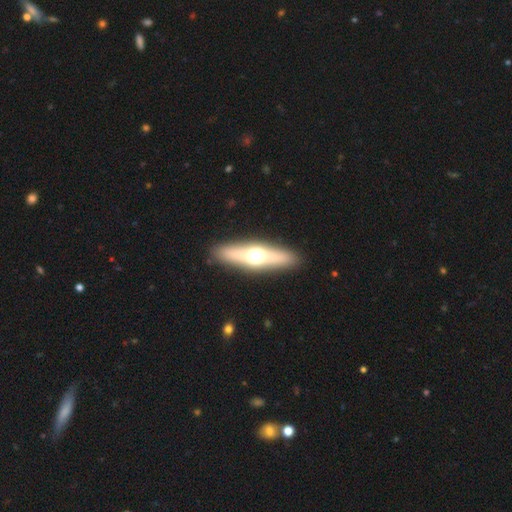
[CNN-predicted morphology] featured or disk 52%, smooth 41%, star or artifact 7%. Down the decision tree: edge-on disk — yes (86%); merging — none (90%).